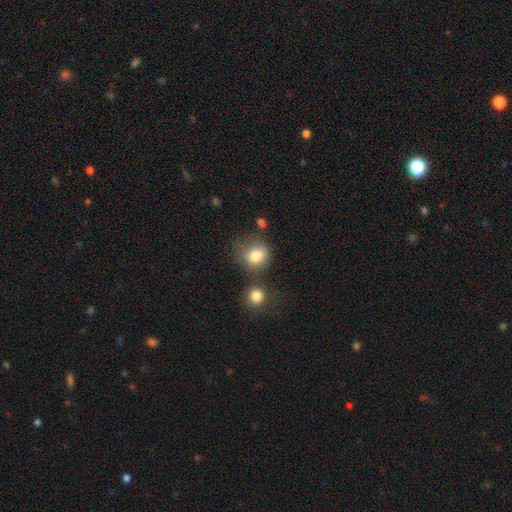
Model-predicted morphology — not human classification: Q: Smooth or featured?
A: smooth (82%); runner-up: star or artifact (10%)
Q: How rounded?
A: round (70%); runner-up: in between (29%)
Q: Merging?
A: none (49%); runner-up: minor disturbance (21%)